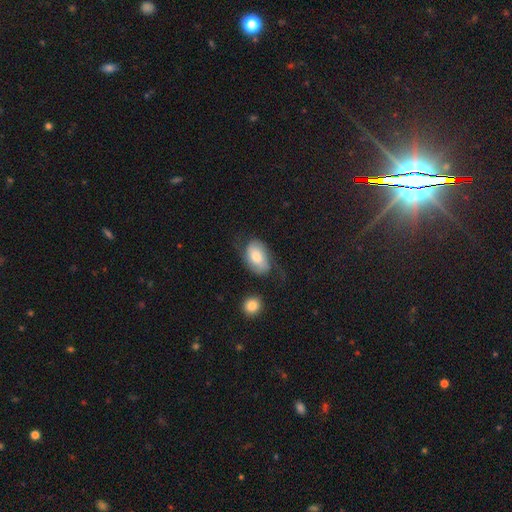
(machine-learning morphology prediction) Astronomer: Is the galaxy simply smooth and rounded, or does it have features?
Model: smooth — 57% (runner-up: featured or disk, 36%).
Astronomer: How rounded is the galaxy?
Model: in between — 89%.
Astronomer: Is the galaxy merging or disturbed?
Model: none — 50%.